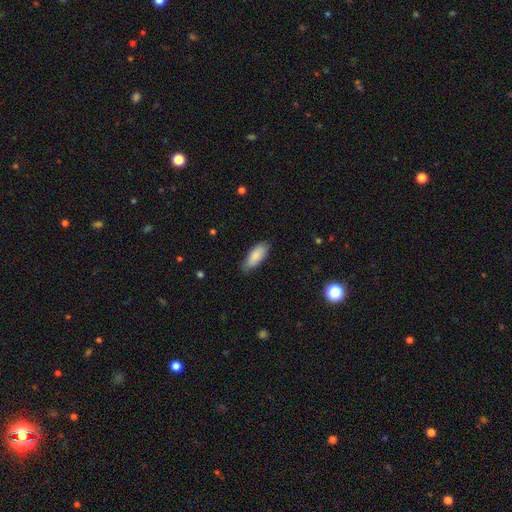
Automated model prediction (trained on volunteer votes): The model was most divided on "merging": none: 77%, minor disturbance: 19%, major disturbance: 3%, merger: 1%. More confident: smooth or featured — smooth (86%); how rounded — in between (81%).